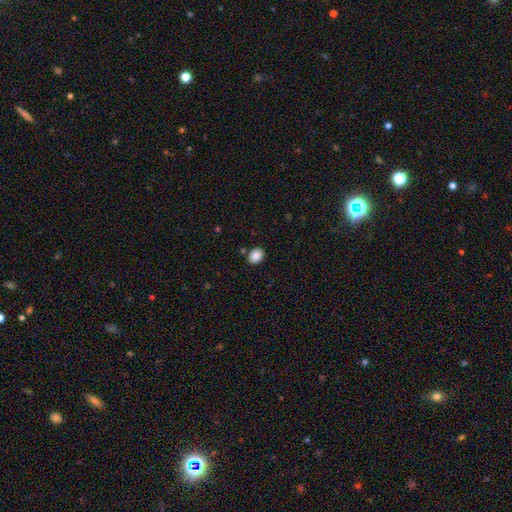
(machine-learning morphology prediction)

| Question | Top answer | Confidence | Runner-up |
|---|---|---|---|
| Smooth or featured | smooth | 87% | star or artifact (8%) |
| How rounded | in between | 58% | round (41%) |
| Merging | none | 85% | minor disturbance (9%) |